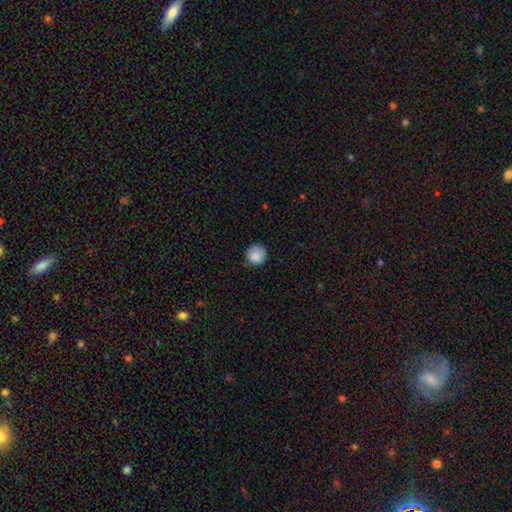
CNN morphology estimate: smooth 85%, star or artifact 8%, featured or disk 7%. Down the decision tree: how rounded — round (92%); merging — none (76%).